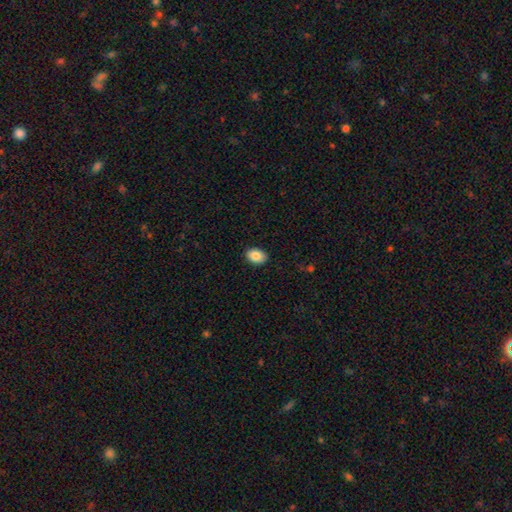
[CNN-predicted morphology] Smooth or featured: smooth — 87% (star or artifact — 7%)
How rounded: in between — 81% (round — 18%)
Merging: none — 89% (minor disturbance — 8%)